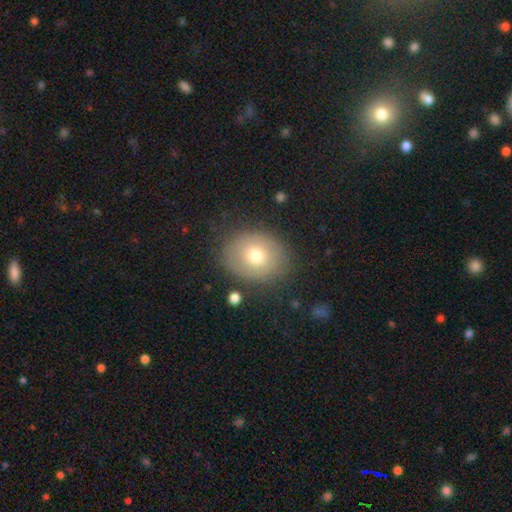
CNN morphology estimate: Overall: smooth (69%). How rounded: round (54%; in between 46%). Merging: none (80%).